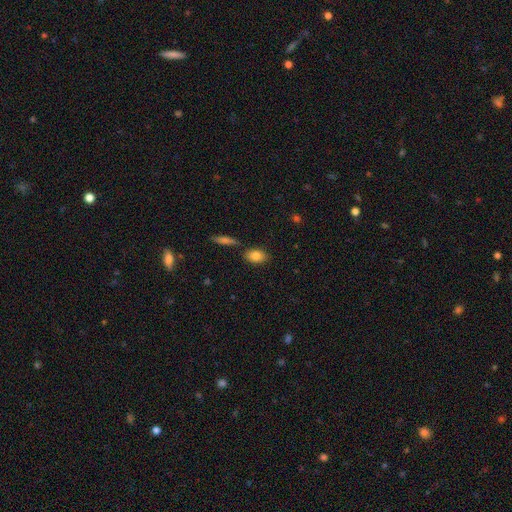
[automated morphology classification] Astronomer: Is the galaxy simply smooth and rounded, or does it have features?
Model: smooth — 83%.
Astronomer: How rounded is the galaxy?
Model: in between — 87%.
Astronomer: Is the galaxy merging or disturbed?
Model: none — 78%.